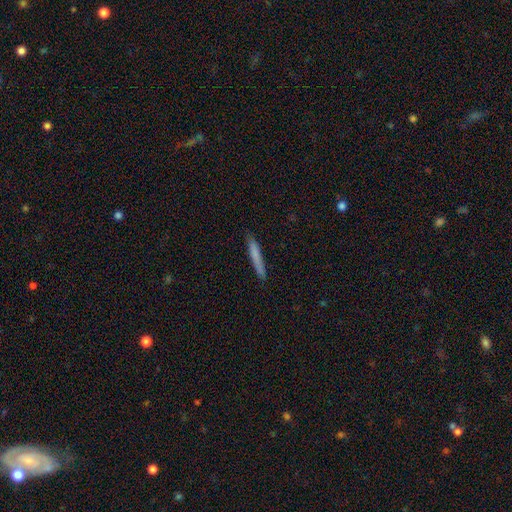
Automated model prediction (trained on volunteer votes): A smooth galaxy with no disk features (73%) that is cigar-shaped (96%).

Vote fractions:
- Smooth or featured? smooth: 73% / featured or disk: 21% / star or artifact: 6%
- How rounded? cigar-shaped: 96% / in between: 3% / round: 1%
- Merging? none: 86% / minor disturbance: 11% / major disturbance: 2% / merger: 1%